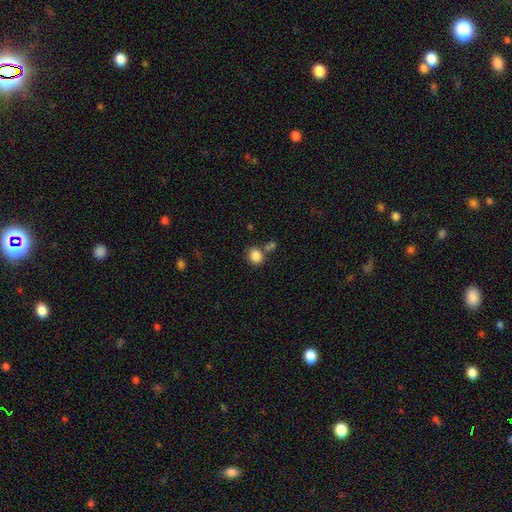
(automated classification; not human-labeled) Smooth or featured? Predicted: smooth (p=0.85). How rounded? Predicted: round (p=0.63). Merging? Predicted: none (p=0.65).